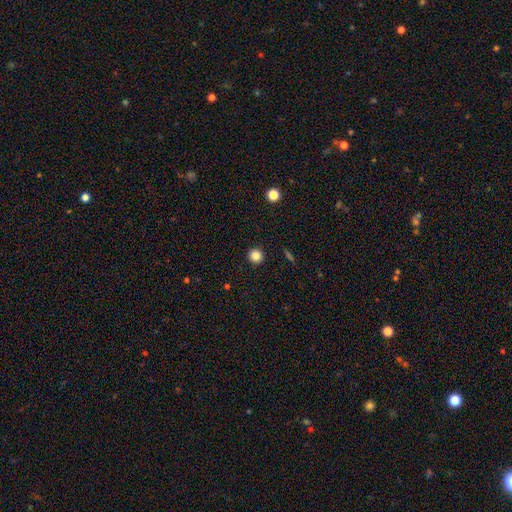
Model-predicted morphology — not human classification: A smooth galaxy with no disk features (84%) that is round (95%).

Vote fractions:
- Smooth or featured? smooth: 84% / star or artifact: 12% / featured or disk: 4%
- How rounded? round: 95% / in between: 4% / cigar-shaped: 1%
- Merging? none: 93% / minor disturbance: 4% / major disturbance: 2% / merger: 1%